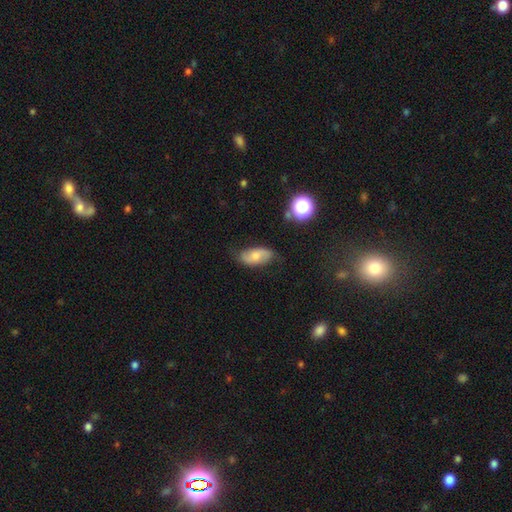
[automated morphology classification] Q: Smooth or featured?
A: smooth (53%); runner-up: featured or disk (37%)
Q: How rounded?
A: in between (90%); runner-up: round (5%)
Q: Merging?
A: none (68%); runner-up: minor disturbance (24%)